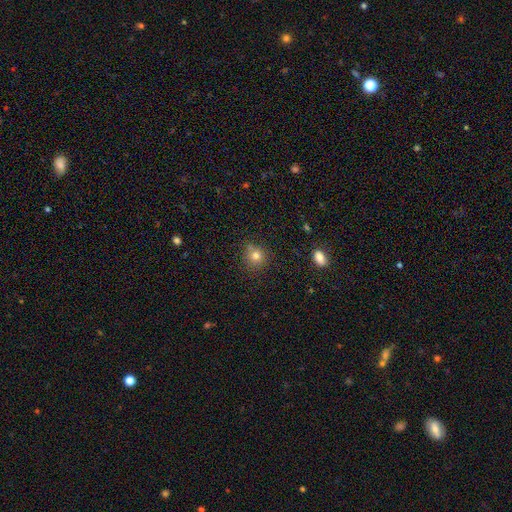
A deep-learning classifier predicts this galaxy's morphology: Smooth or featured: smooth — 79% (star or artifact — 14%)
How rounded: round — 86% (in between — 13%)
Merging: none — 78% (minor disturbance — 16%)